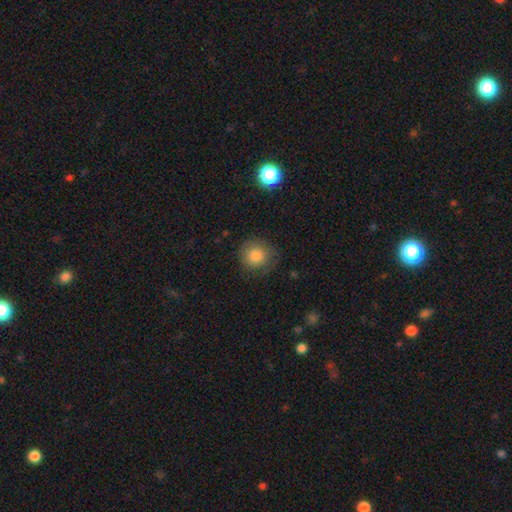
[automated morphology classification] Smooth or featured?
  - smooth: 83% *
  - star or artifact: 9%
  - featured or disk: 8%
How rounded?
  - round: 92% *
  - in between: 7%
  - cigar-shaped: 1%
Merging?
  - none: 79% *
  - minor disturbance: 15%
  - major disturbance: 5%
  - merger: 1%